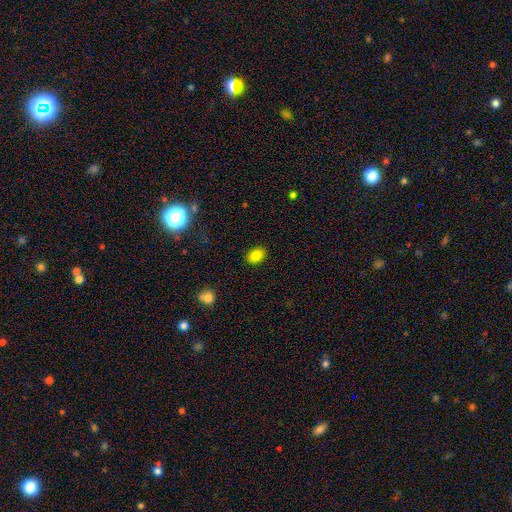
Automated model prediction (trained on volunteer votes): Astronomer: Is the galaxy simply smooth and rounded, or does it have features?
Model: smooth — 83%.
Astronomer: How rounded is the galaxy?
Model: in between — 74%.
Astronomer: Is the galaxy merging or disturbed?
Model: none — 89%.